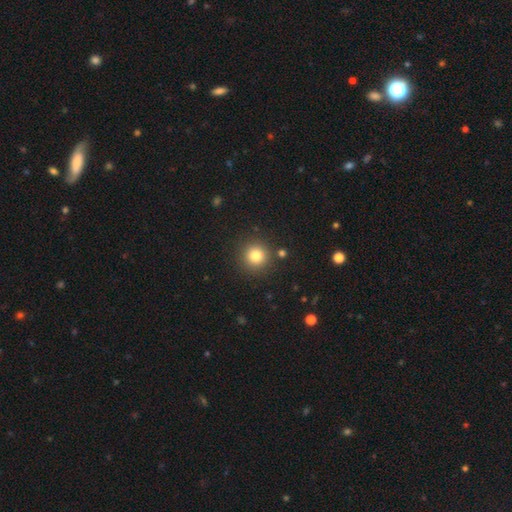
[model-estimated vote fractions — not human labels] A smooth galaxy with no disk features (81%) that is round (94%). Merging: none (88%).